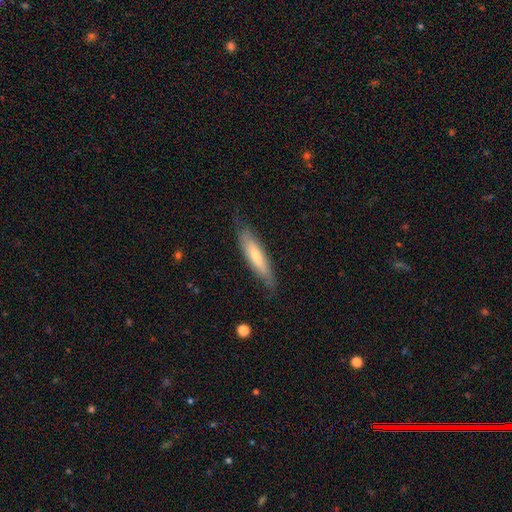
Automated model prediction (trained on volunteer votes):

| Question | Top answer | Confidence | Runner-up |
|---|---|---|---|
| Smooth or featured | smooth | 61% | featured or disk (33%) |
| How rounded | cigar-shaped | 79% | in between (20%) |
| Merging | none | 75% | minor disturbance (19%) |